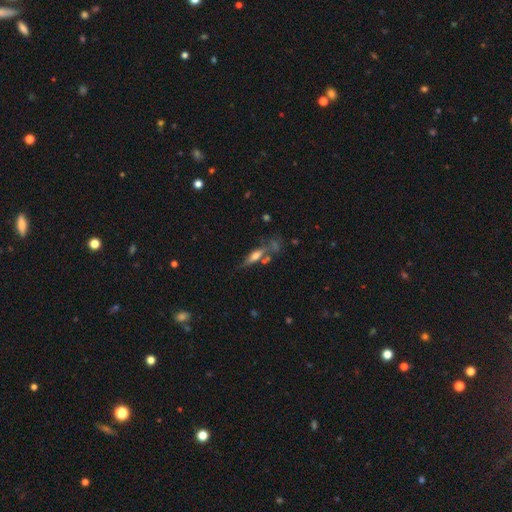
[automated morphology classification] smooth-or-featured: featured or disk: 47% | smooth: 44% | star or artifact: 9%
  merging: none: 55% | minor disturbance: 19% | merger: 16% | major disturbance: 10%